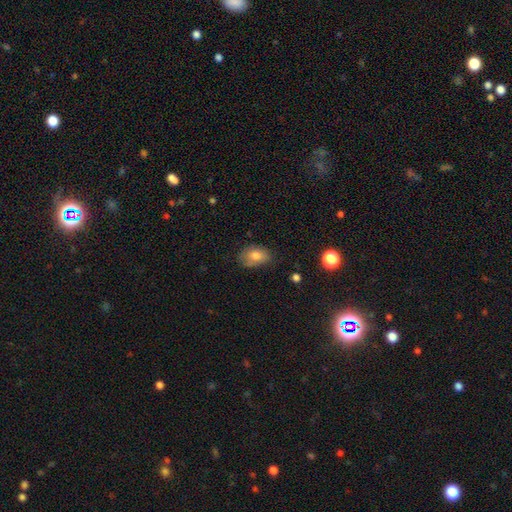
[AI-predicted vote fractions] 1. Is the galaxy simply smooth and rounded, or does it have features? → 76% smooth, 15% featured or disk, 9% star or artifact.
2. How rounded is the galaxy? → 83% in between, 16% round, 1% cigar-shaped.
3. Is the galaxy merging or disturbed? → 64% none, 27% minor disturbance, 7% major disturbance, 2% merger.